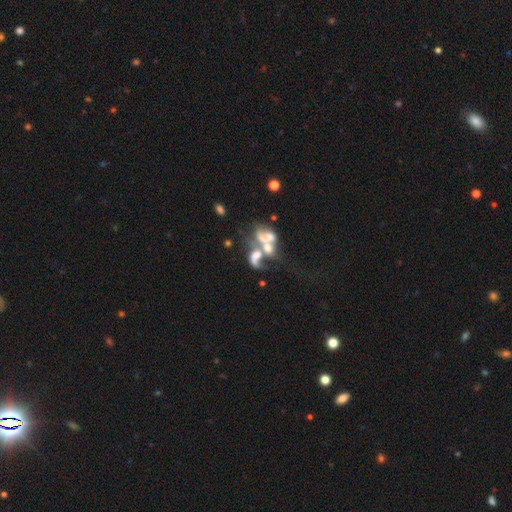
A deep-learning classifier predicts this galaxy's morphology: This appears to be a featured or disk galaxy (58%) with no bar (79%), no spiral arms (67%) and no central bulge (42%). Merging: merger (67%).